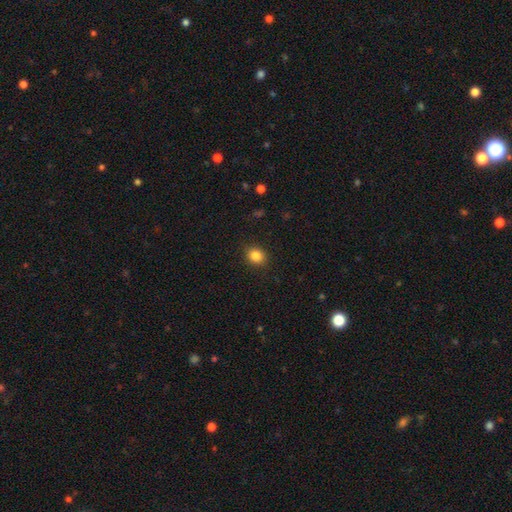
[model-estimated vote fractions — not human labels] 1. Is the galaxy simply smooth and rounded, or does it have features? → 85% smooth, 10% star or artifact, 5% featured or disk.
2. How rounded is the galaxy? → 59% round, 40% in between, 1% cigar-shaped.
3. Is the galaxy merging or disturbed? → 89% none, 8% minor disturbance, 2% major disturbance, 1% merger.